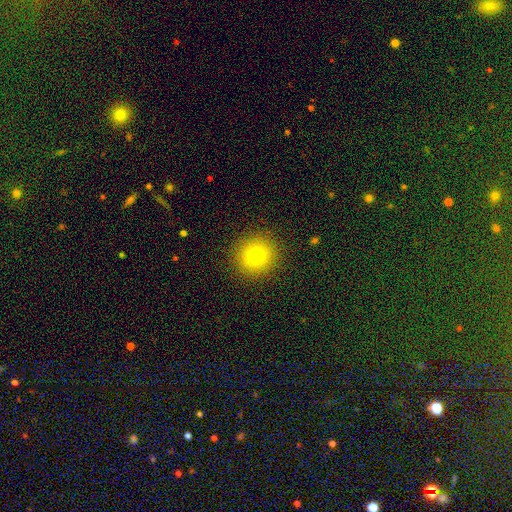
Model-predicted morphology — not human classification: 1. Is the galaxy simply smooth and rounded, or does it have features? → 76% smooth, 14% star or artifact, 10% featured or disk.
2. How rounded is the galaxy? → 93% round, 6% in between, 1% cigar-shaped.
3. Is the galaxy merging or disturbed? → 91% none, 6% minor disturbance, 3% major disturbance, 1% merger.